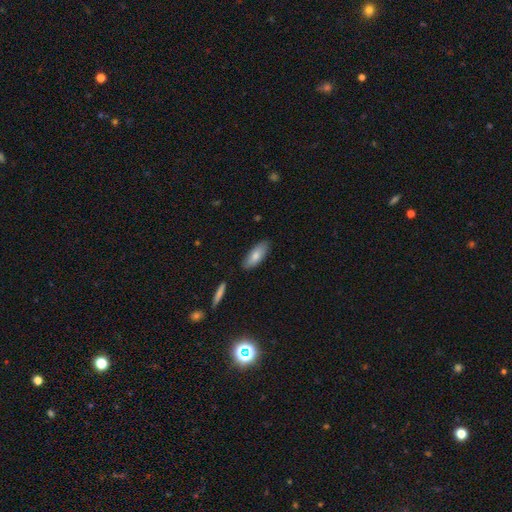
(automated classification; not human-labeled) This is likely a smooth galaxy (77%). How rounded: likely in between (78%). Merging: clearly none (84%).